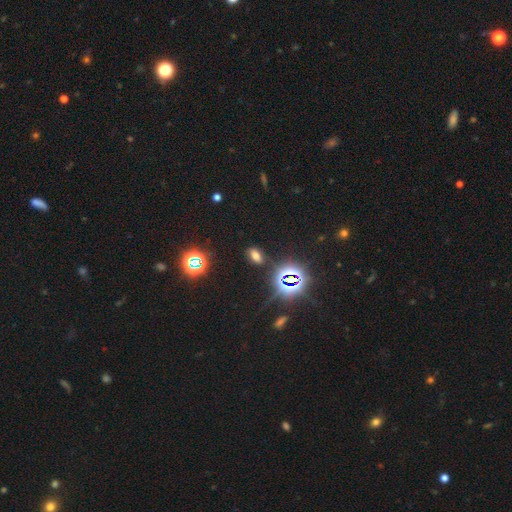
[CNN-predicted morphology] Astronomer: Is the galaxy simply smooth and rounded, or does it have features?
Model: smooth — 54% (runner-up: star or artifact, 38%).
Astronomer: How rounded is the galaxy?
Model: in between — 85%.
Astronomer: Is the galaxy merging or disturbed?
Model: none — 83%.